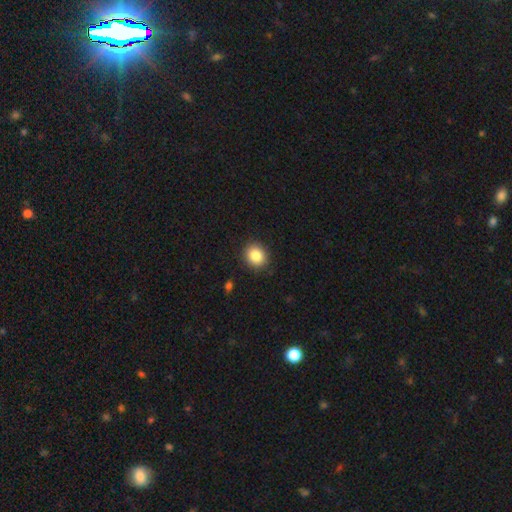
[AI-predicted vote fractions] This appears to be a smooth galaxy with no disk features (86%) that is round (71%). Merging: none (89%).